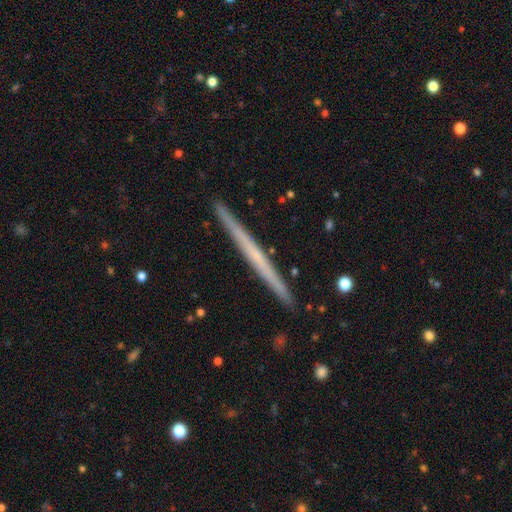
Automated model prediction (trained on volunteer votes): Smooth or featured?
  - featured or disk: 59% *
  - smooth: 36%
  - star or artifact: 6%
Edge-on disk?
  - yes: 98% *
  - no: 2%
Edge-on bulge?
  - none: 88% *
  - rounded: 9%
  - boxy: 3%
Merging?
  - none: 92% *
  - minor disturbance: 6%
  - merger: 1%
  - major disturbance: 1%